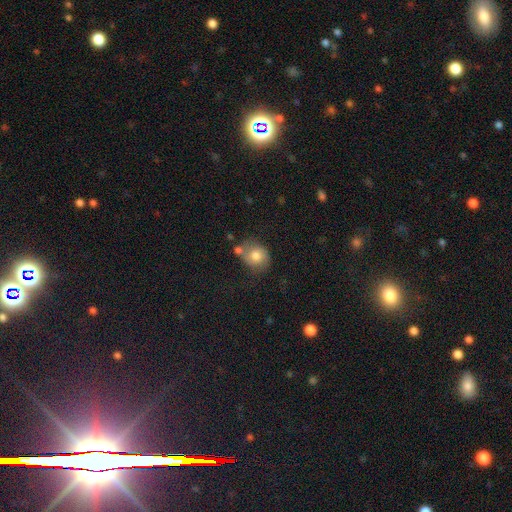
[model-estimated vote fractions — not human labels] This appears to be a smooth galaxy with no disk features (68%) that is round (71%). Merging: none (54%).